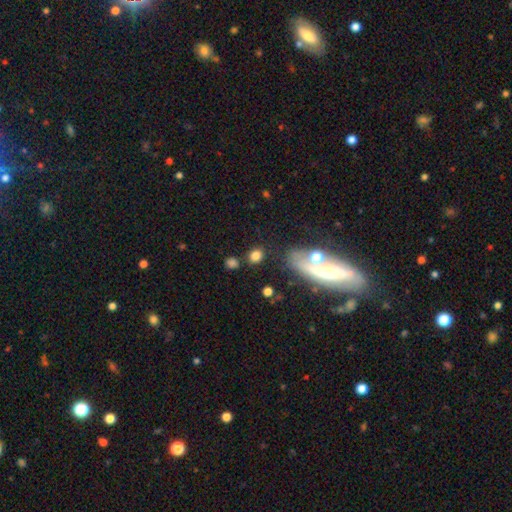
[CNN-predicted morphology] Smooth or featured? Predicted: smooth (p=0.79). How rounded? Predicted: round (p=0.53). Merging? Predicted: none (p=0.76).